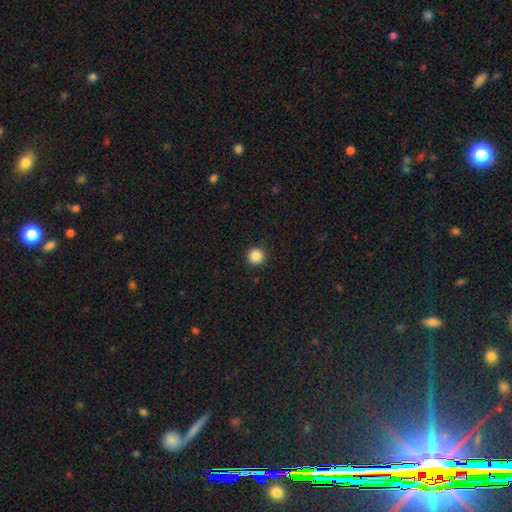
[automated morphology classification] The model was most divided on "smooth or featured": smooth: 87%, star or artifact: 10%, featured or disk: 3%. More confident: how rounded — round (96%); merging — none (93%).